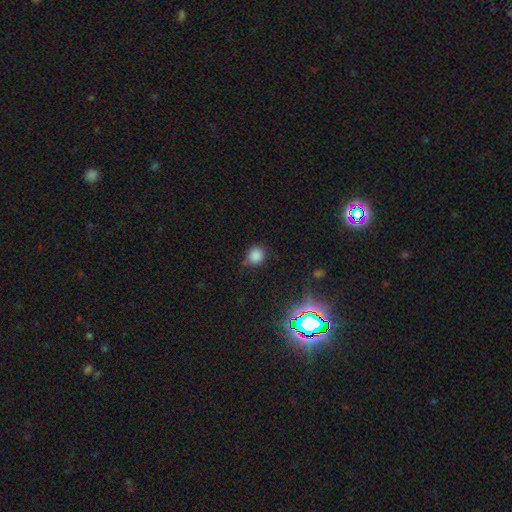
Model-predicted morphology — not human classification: Smooth or featured? Predicted: smooth (p=0.81). How rounded? Predicted: round (p=0.86). Merging? Predicted: none (p=0.74).